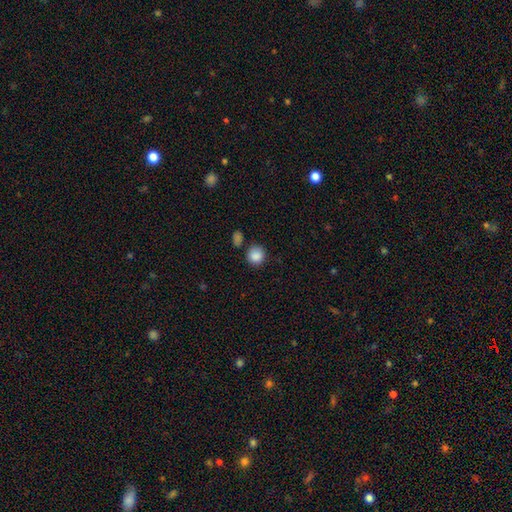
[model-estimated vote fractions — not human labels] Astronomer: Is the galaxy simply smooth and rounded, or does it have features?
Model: smooth — 87%.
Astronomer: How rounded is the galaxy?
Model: round — 89%.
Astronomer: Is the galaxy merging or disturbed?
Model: none — 79%.